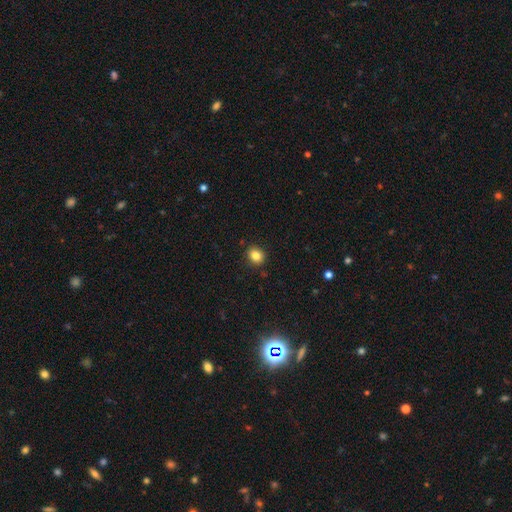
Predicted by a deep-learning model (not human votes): Smooth or featured: smooth — 83% (star or artifact — 11%)
How rounded: round — 70% (in between — 29%)
Merging: none — 89% (minor disturbance — 7%)